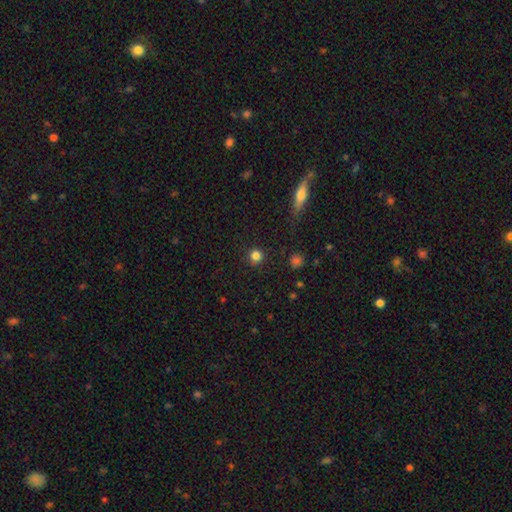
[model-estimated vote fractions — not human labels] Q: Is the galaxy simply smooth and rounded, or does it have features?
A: smooth — 83%.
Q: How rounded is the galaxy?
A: round — 93%.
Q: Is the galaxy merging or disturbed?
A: none — 89%.